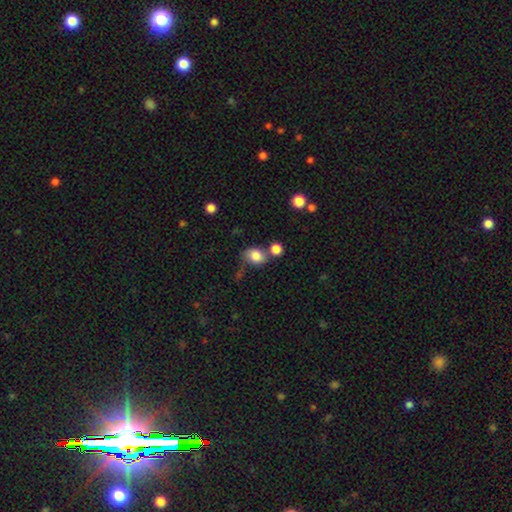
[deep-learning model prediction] Morphology: type=smooth (82%); roundness=in between (52%); merging=none (54%).